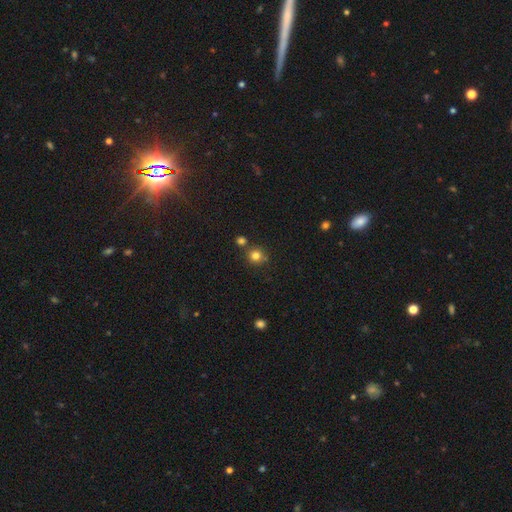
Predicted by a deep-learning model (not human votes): Overall: smooth (80%). How rounded: round (91%). Merging: none (72%).